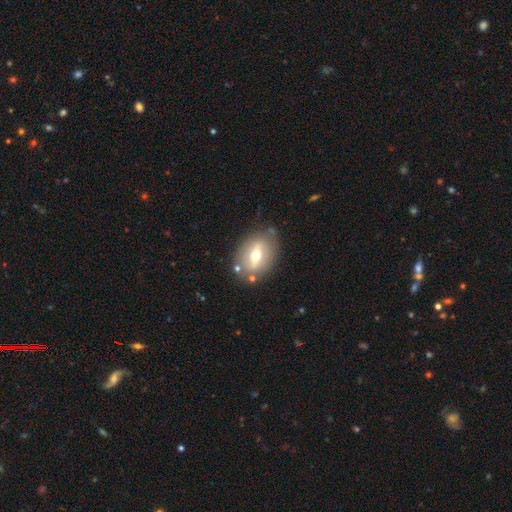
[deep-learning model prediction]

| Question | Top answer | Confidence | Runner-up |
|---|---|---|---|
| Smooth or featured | featured or disk | 52% | smooth (41%) |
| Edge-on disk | no | 82% | yes (18%) |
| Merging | none | 74% | minor disturbance (16%) |